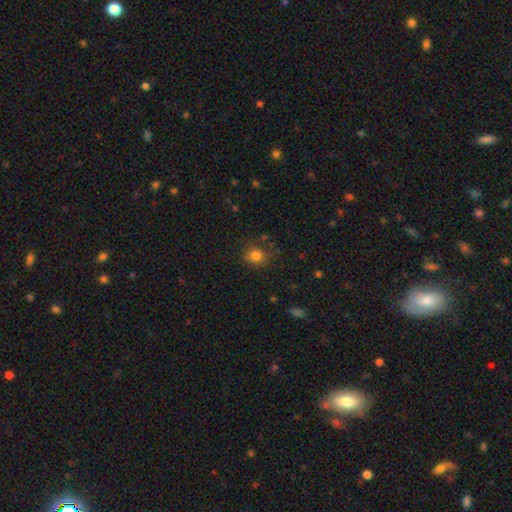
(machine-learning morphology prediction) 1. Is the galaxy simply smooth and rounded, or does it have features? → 81% smooth, 13% star or artifact, 6% featured or disk.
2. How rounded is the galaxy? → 81% round, 18% in between, 1% cigar-shaped.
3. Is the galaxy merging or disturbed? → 77% none, 15% minor disturbance, 5% major disturbance, 2% merger.